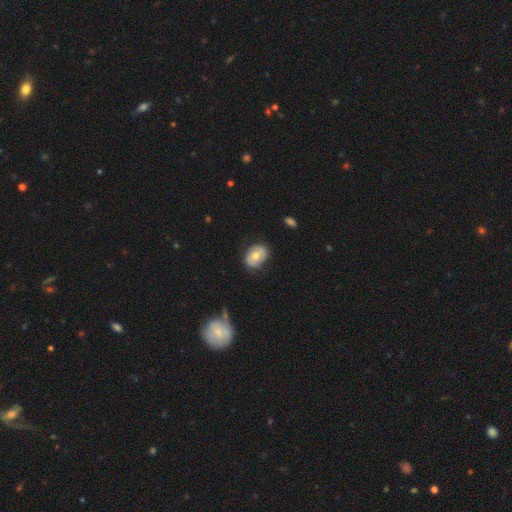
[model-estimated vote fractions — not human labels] Smooth or featured: smooth — 54% (featured or disk — 39%)
How rounded: in between — 67% (round — 32%)
Merging: none — 78% (minor disturbance — 17%)